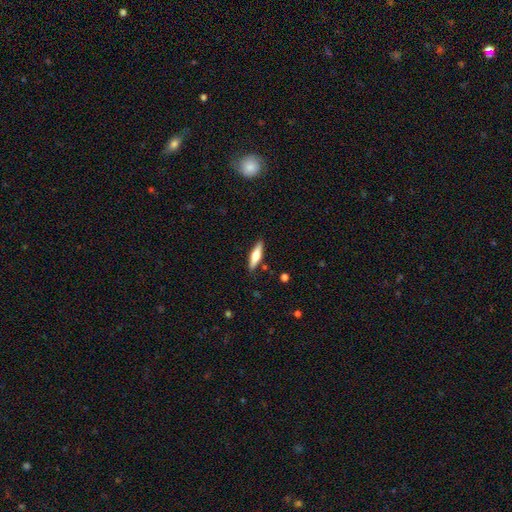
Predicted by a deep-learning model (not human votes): Smooth or featured? Predicted: smooth (p=0.53). How rounded? Predicted: cigar-shaped (p=0.67). Merging? Predicted: none (p=0.87).